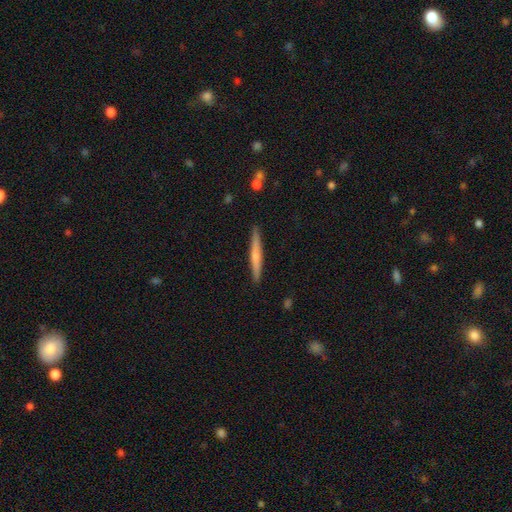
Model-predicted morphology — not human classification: type=smooth (54%); roundness=cigar-shaped (96%); merging=none (91%).